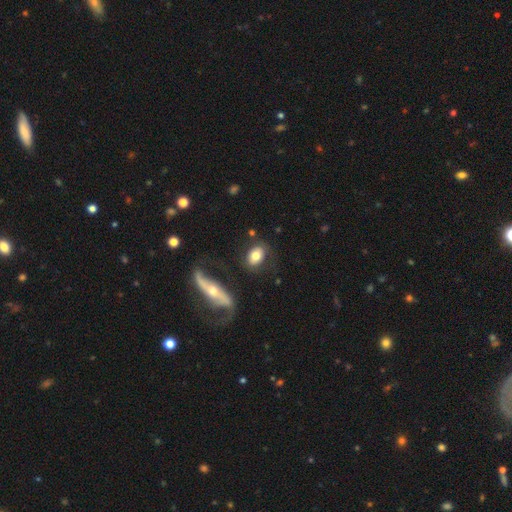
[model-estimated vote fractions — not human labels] Smooth or featured: smooth — 69% (featured or disk — 23%)
How rounded: in between — 78% (round — 19%)
Merging: none — 71% (minor disturbance — 16%)